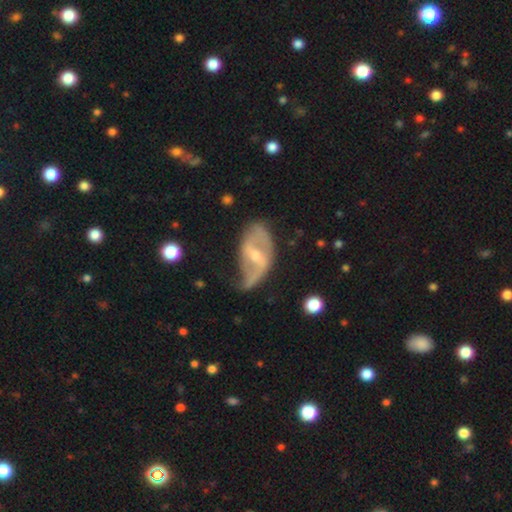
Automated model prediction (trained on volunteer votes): This is likely a featured or disk galaxy (78%). It is clearly not viewed edge-on (93%). Bar: marginally weak (43%). Spiral arm pattern: likely yes (80%). Spiral arm count: likely 2 (74%). Spiral winding: possibly loose (53%). Central bulge: possibly small (51%). Merging: marginally none (43%).